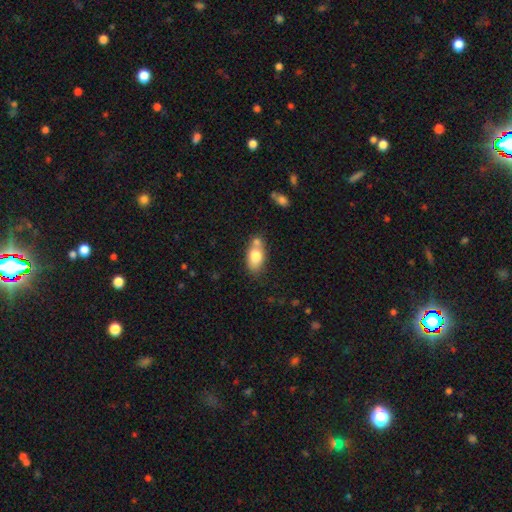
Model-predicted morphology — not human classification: Smooth or featured? Predicted: smooth (p=0.75). How rounded? Predicted: in between (p=0.84). Merging? Predicted: none (p=0.47).